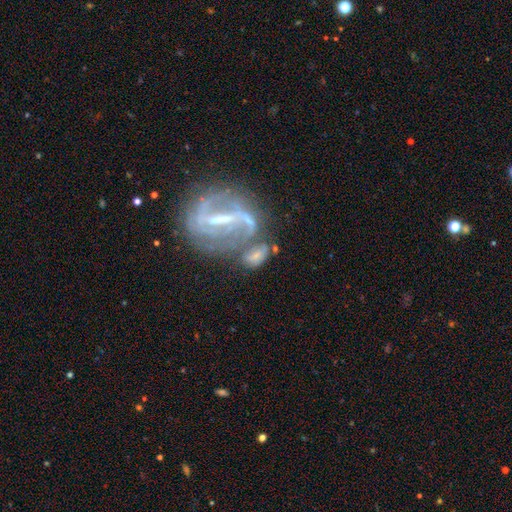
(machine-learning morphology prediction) smooth-or-featured: featured or disk: 56% | smooth: 31% | star or artifact: 12%
  disk-edge-on: no: 93% | yes: 7%
    bar: weak: 36% | strong: 33% | no: 31%
    has-spiral-arms: yes: 63% | no: 37%
    bulge-size: small: 38% (tied) | moderate: 38% (tied) | none: 17% | large: 5% | dominant: 2%
  merging: merger: 37% | none: 31% | major disturbance: 17% | minor disturbance: 16%